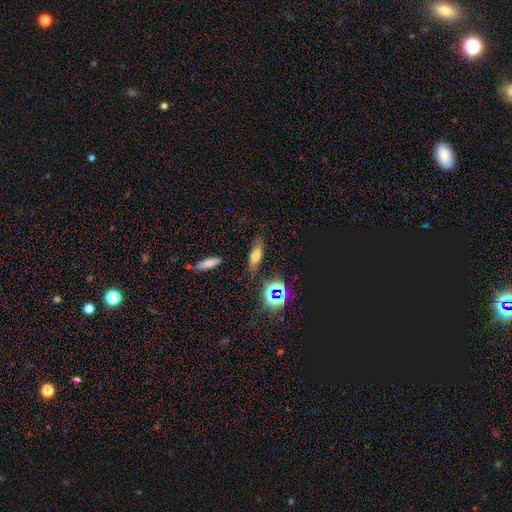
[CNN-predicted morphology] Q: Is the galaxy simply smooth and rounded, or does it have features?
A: smooth — 61%.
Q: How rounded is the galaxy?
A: in between — 57%.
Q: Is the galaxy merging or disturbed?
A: none — 78%.